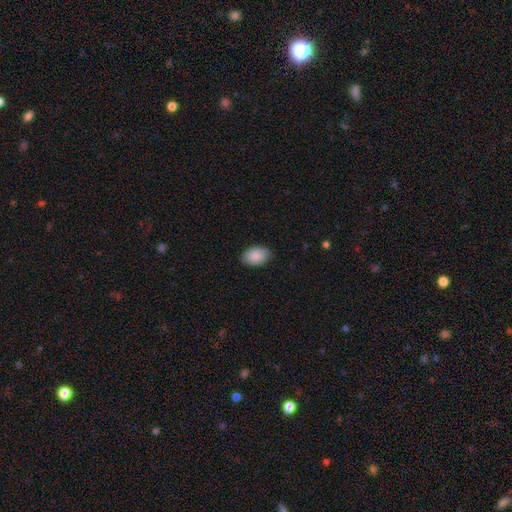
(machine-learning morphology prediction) This appears to be a smooth galaxy with no disk features (90%) that is in between round and cigar-shaped (89%). Merging: none (85%).